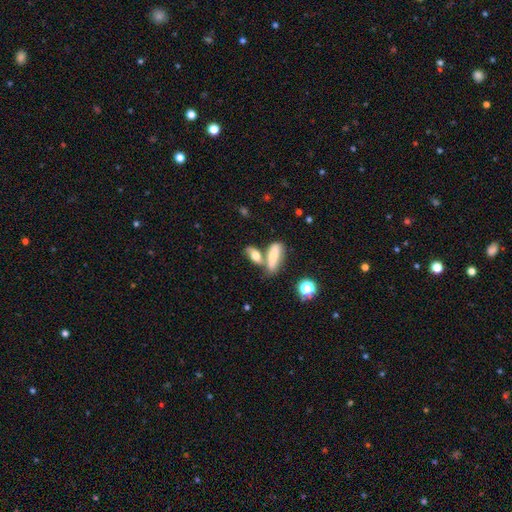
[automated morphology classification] Smooth or featured?
  - smooth: 67% *
  - featured or disk: 24%
  - star or artifact: 9%
How rounded?
  - in between: 64% *
  - cigar-shaped: 29%
  - round: 7%
Merging?
  - merger: 46% *
  - none: 38%
  - minor disturbance: 11%
  - major disturbance: 5%